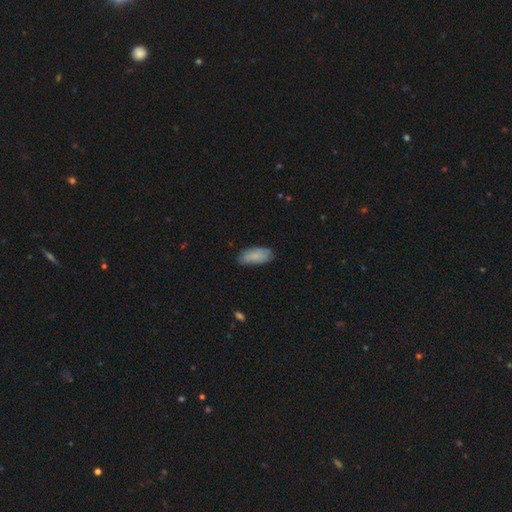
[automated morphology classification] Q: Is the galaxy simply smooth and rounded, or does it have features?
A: smooth — 84%.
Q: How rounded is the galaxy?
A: in between — 87%.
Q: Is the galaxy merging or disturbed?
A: none — 77%.